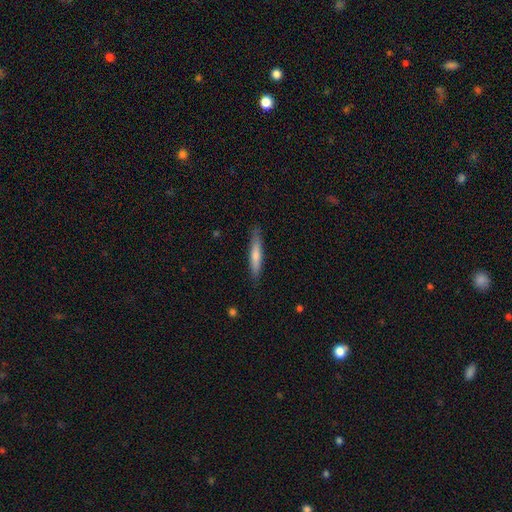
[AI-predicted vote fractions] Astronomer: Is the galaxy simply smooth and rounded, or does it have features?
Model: smooth — 69%.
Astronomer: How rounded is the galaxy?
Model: cigar-shaped — 90%.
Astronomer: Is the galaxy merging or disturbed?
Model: none — 85%.